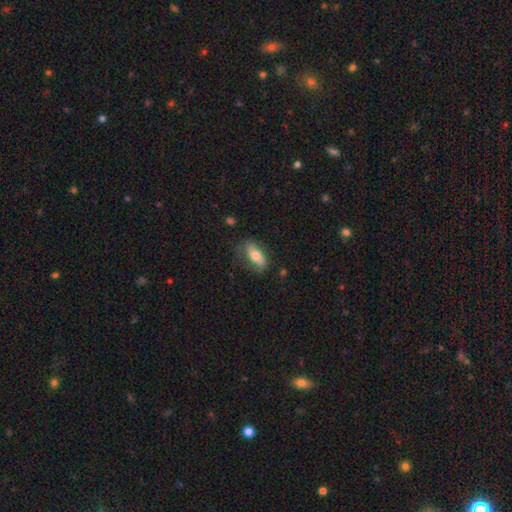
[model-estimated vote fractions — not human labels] smooth-or-featured: smooth: 65% | featured or disk: 28% | star or artifact: 7%
  how-rounded: in between: 81% | cigar-shaped: 15% | round: 4%
  merging: none: 64% | minor disturbance: 24% | major disturbance: 10% | merger: 2%